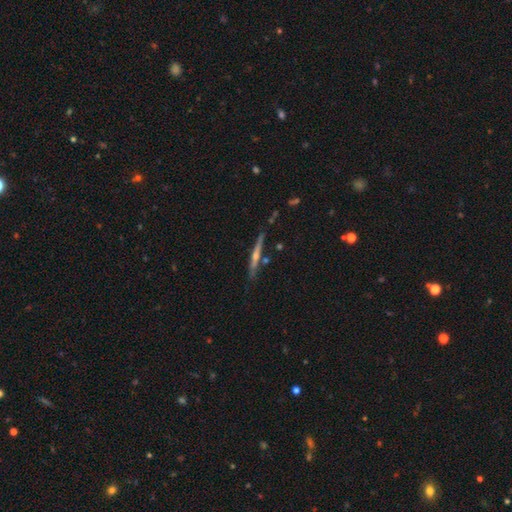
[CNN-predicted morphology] This is likely a featured or disk galaxy (71%). It is clearly viewed edge-on (97%). Edge-on bulge: likely rounded (71%). Merging: clearly none (82%).